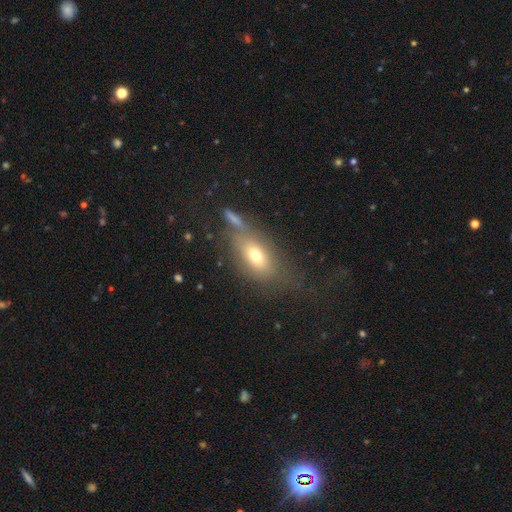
Overall: smooth (74%). How rounded: in between (97%). Merging: none (47%; minor disturbance 31%).